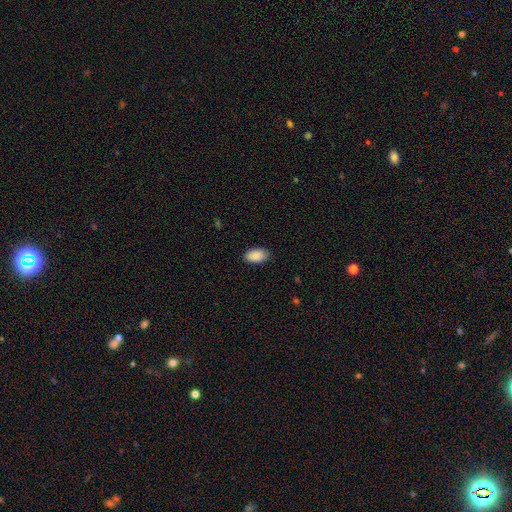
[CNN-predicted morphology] Smooth or featured? Predicted: smooth (p=0.90). How rounded? Predicted: in between (p=0.95). Merging? Predicted: none (p=0.87).